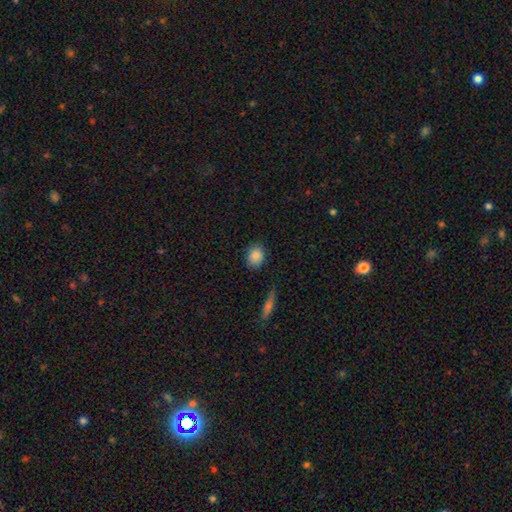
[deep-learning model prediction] Smooth or featured? smooth (86%)
How rounded? in between (55%)
Merging? none (85%)